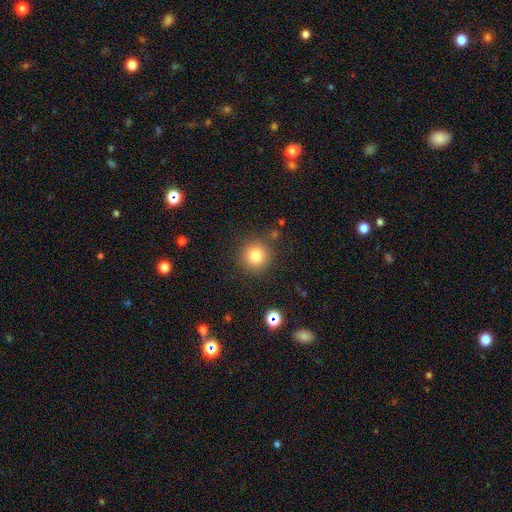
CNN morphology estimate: A smooth galaxy with no disk features (81%) that is round (94%).

Vote fractions:
- Smooth or featured? smooth: 81% / star or artifact: 12% / featured or disk: 7%
- How rounded? round: 94% / in between: 5% / cigar-shaped: 1%
- Merging? none: 86% / minor disturbance: 8% / major disturbance: 3% / merger: 3%